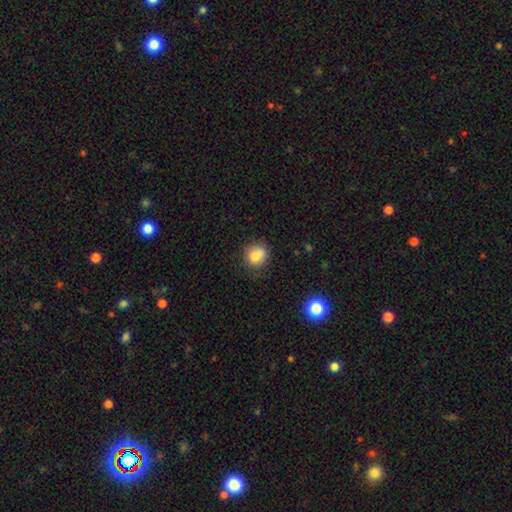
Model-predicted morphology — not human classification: This is clearly a smooth galaxy (84%). How rounded: clearly round (80%). Merging: likely none (77%).